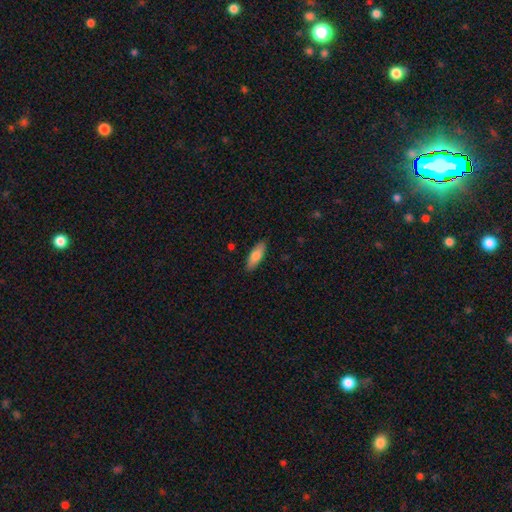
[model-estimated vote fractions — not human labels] Overall: smooth (76%). How rounded: in between (61%; cigar-shaped 37%). Merging: none (88%).